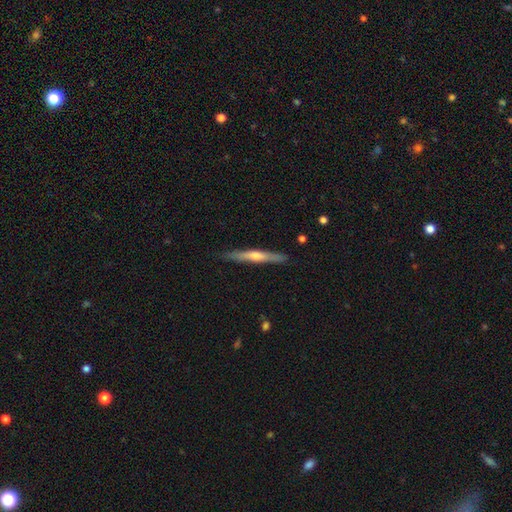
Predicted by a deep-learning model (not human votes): Smooth or featured?
  - featured or disk: 55% *
  - smooth: 40%
  - star or artifact: 6%
Edge-on disk?
  - yes: 96% *
  - no: 4%
Edge-on bulge?
  - rounded: 71% *
  - none: 22%
  - boxy: 8%
Merging?
  - none: 88% *
  - minor disturbance: 9%
  - major disturbance: 2%
  - merger: 1%